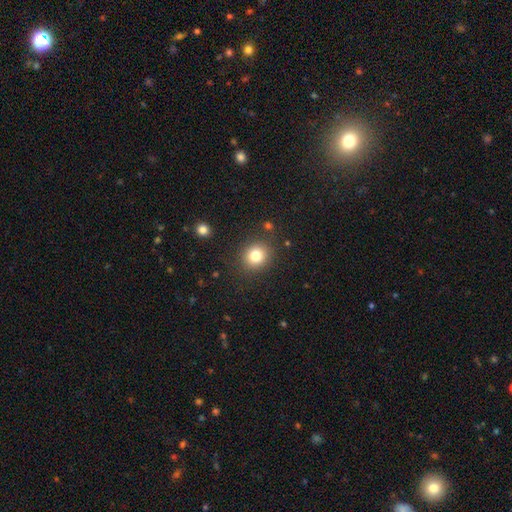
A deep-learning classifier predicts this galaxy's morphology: Overall: smooth (80%). How rounded: round (81%). Merging: none (87%).